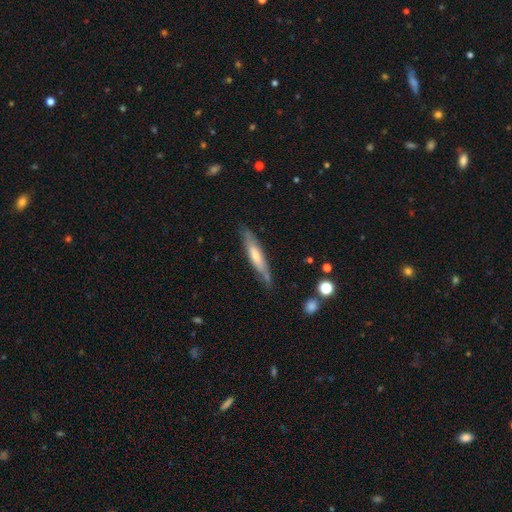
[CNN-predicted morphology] A featured or disk galaxy (48%). Merging: none (76%).